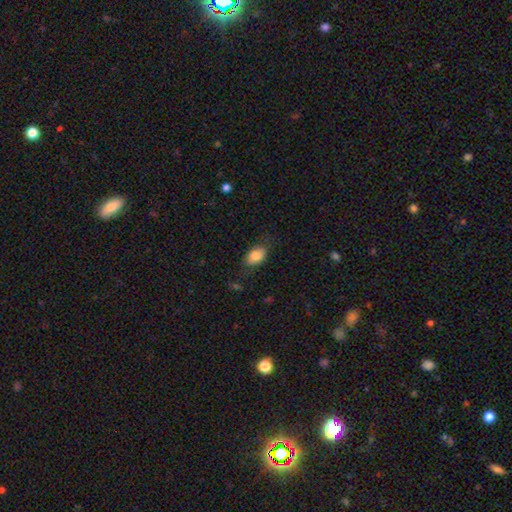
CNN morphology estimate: A smooth galaxy with no disk features (82%) that is in between round and cigar-shaped (87%).

Vote fractions:
- Smooth or featured? smooth: 82% / featured or disk: 11% / star or artifact: 7%
- How rounded? in between: 87% / round: 11% / cigar-shaped: 2%
- Merging? none: 72% / minor disturbance: 20% / major disturbance: 7% / merger: 1%